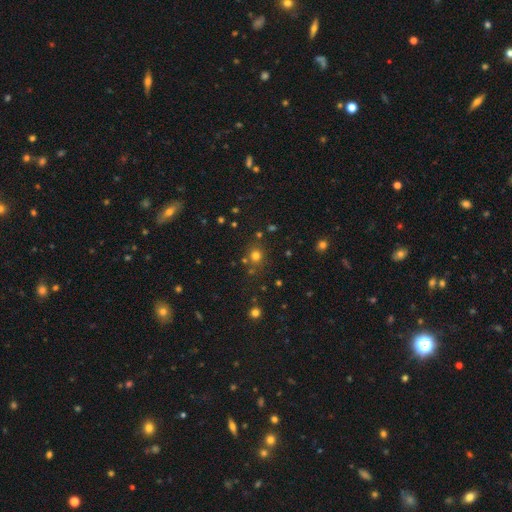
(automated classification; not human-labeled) smooth-or-featured: smooth: 72% | star or artifact: 21% | featured or disk: 7%
  how-rounded: round: 86% | in between: 13% | cigar-shaped: 1%
  merging: none: 78% | minor disturbance: 9% | merger: 9% | major disturbance: 4%